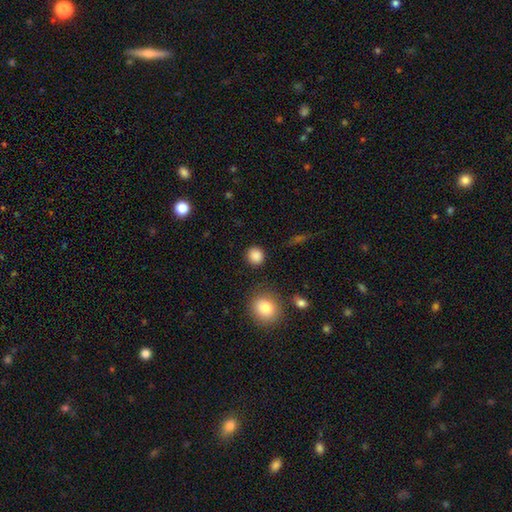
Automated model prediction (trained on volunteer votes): Smooth or featured: smooth — 87% (star or artifact — 10%)
How rounded: round — 88% (in between — 11%)
Merging: none — 88% (minor disturbance — 7%)